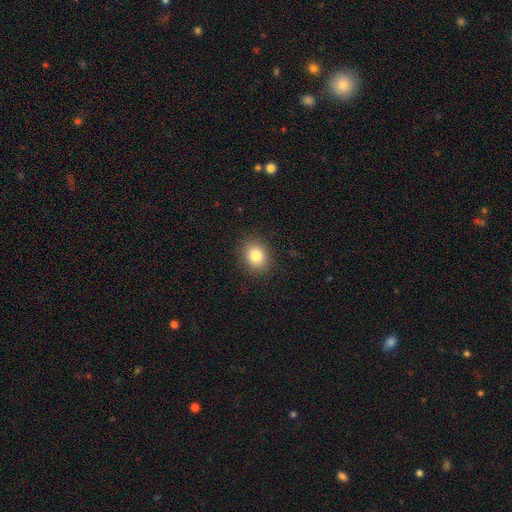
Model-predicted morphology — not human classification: The model was most divided on "how rounded": round: 55%, in between: 44%, cigar-shaped: 1%. More confident: merging — none (89%); smooth or featured — smooth (82%).